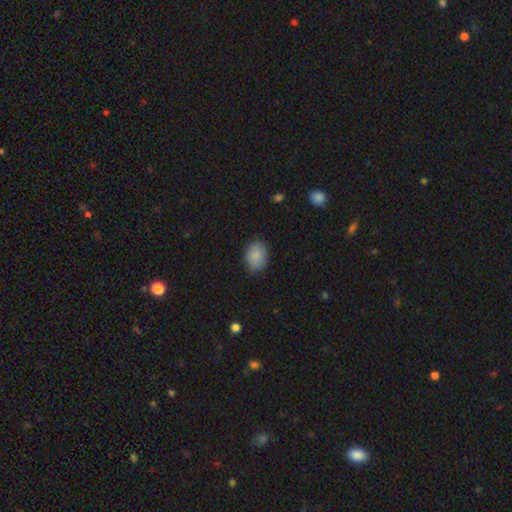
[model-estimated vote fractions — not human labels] smooth 87%, star or artifact 7%, featured or disk 6%. Down the decision tree: how rounded — in between (72%); merging — none (85%).